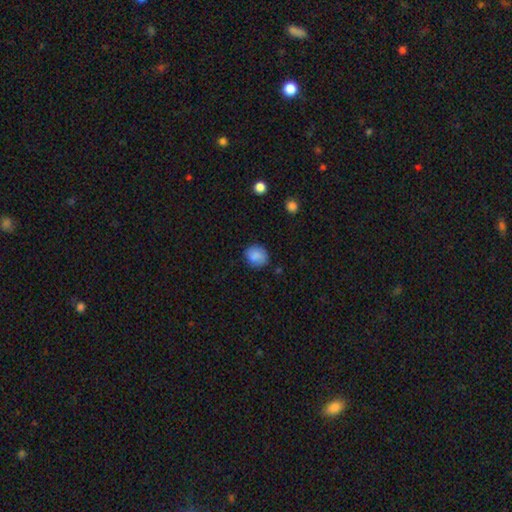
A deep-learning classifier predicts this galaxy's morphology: Q: Smooth or featured?
A: smooth (84%); runner-up: star or artifact (8%)
Q: How rounded?
A: round (70%); runner-up: in between (29%)
Q: Merging?
A: none (80%); runner-up: minor disturbance (15%)